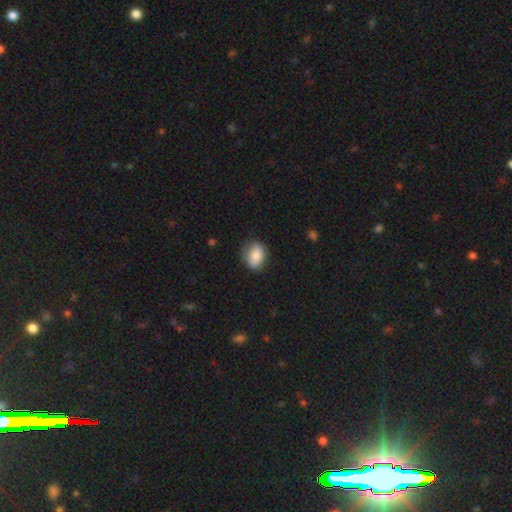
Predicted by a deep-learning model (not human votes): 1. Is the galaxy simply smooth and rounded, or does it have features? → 79% smooth, 13% featured or disk, 7% star or artifact.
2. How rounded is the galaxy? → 69% in between, 30% round, 1% cigar-shaped.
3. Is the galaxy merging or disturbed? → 61% none, 29% minor disturbance, 9% major disturbance, 1% merger.